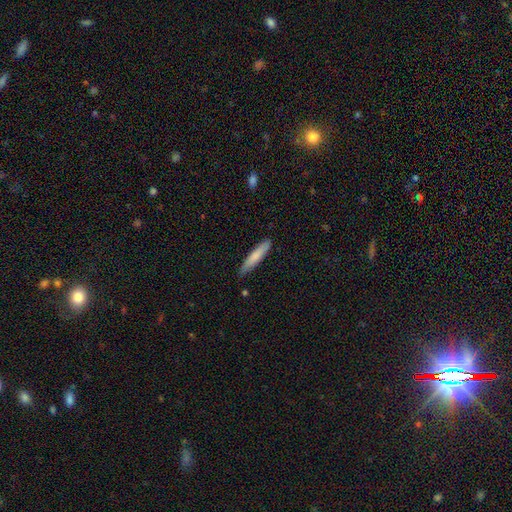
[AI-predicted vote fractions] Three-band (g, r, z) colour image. It shows a smooth galaxy with no disk features (77%) that is cigar-shaped (89%). Merging: none (84%).